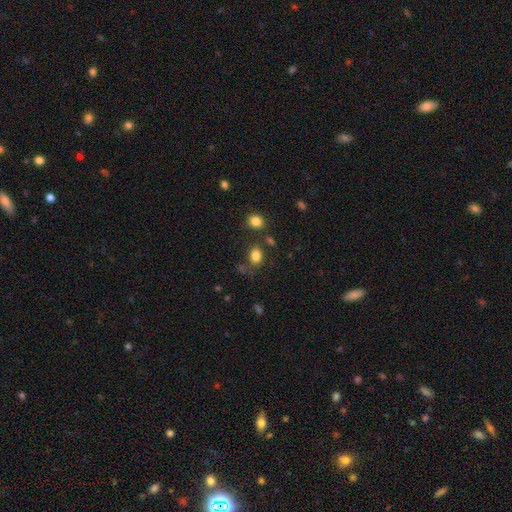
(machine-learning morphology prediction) type=smooth (82%); roundness=in between (61%); merging=none (70%).